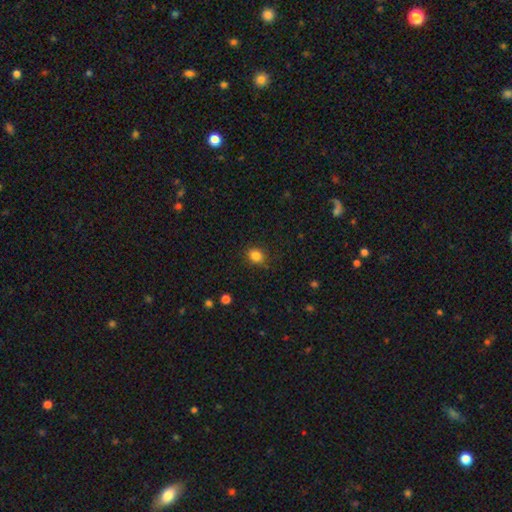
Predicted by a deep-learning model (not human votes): The model was most divided on "how rounded": round: 66%, in between: 33%, cigar-shaped: 1%. More confident: smooth or featured — smooth (84%); merging — none (84%).